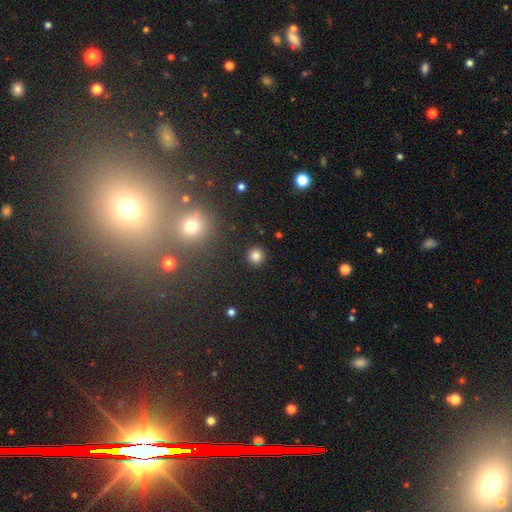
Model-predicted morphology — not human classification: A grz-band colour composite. It shows a smooth galaxy with no disk features (83%) that is round (94%). Merging: none (92%).